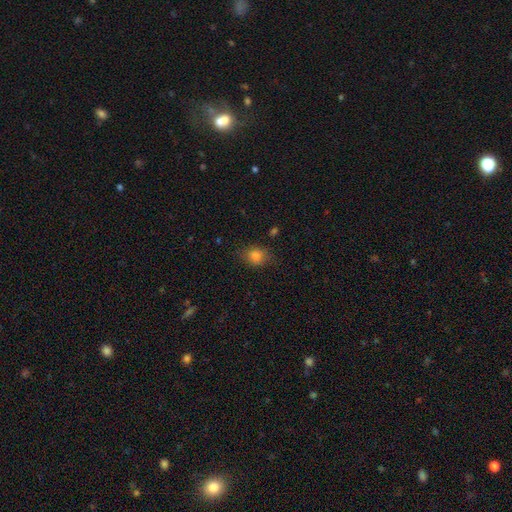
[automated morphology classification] Overall: smooth (81%). How rounded: in between (53%; round 45%). Merging: none (75%).